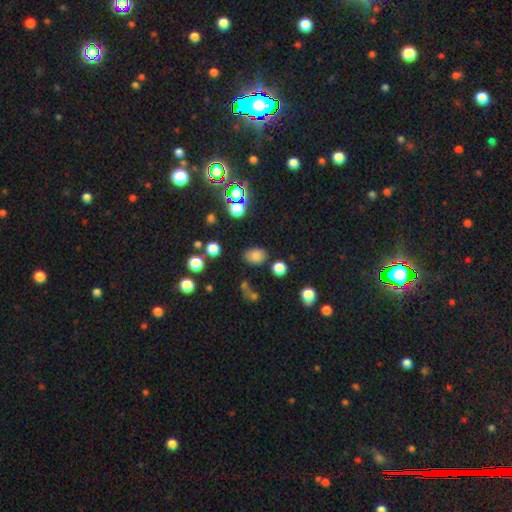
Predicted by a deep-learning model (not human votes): This appears to be a smooth galaxy with no disk features (77%) that is in between round and cigar-shaped (63%). Merging: none (75%).